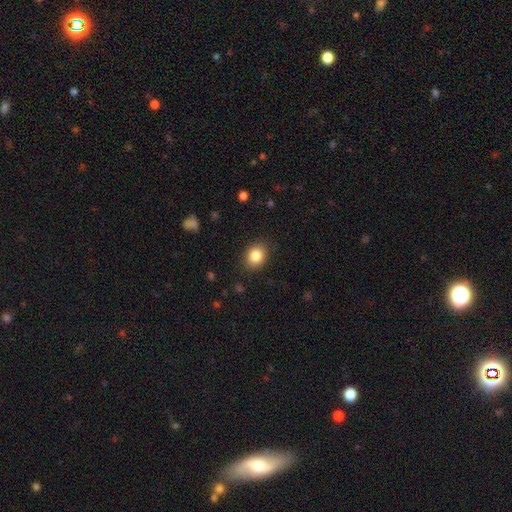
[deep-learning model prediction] The model was most divided on "how rounded": round: 52%, in between: 48%, cigar-shaped: 1%. More confident: merging — none (86%); smooth or featured — smooth (84%).